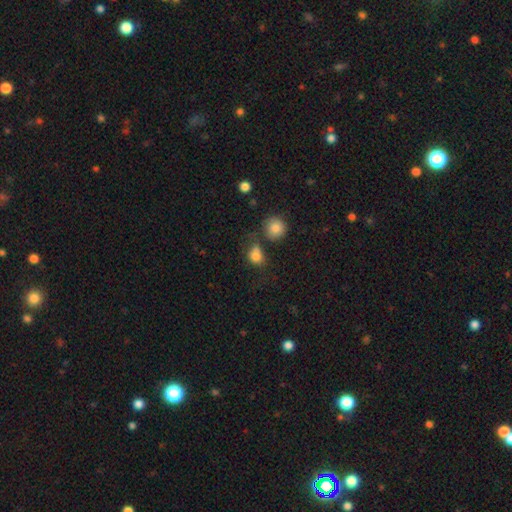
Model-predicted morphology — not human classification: smooth 80%, star or artifact 12%, featured or disk 8%. Down the decision tree: how rounded — round (60%); merging — none (46%).